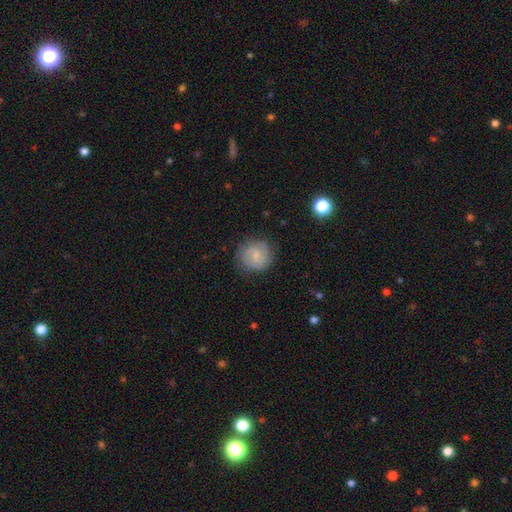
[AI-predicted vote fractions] smooth_or_featured: featured or disk (p=0.53) [alt: smooth p=0.39]
disk_edge_on: no (p=0.98) [alt: yes p=0.02]
bar: no (p=0.47) [alt: weak p=0.46]
has_spiral_arms: yes (p=0.90) [alt: no p=0.10]
bulge_size: small (p=0.54) [alt: moderate p=0.22]
merging: none (p=0.82) [alt: minor disturbance p=0.12]